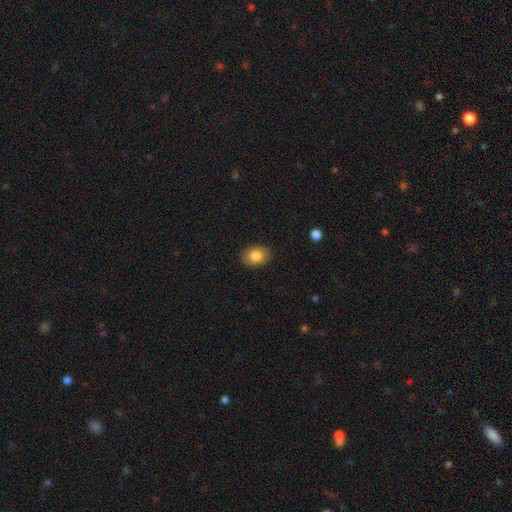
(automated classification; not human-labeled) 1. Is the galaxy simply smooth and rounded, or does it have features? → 84% smooth, 8% featured or disk, 8% star or artifact.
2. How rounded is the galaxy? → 70% in between, 29% round, 1% cigar-shaped.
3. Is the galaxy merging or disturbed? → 87% none, 10% minor disturbance, 2% major disturbance, 1% merger.